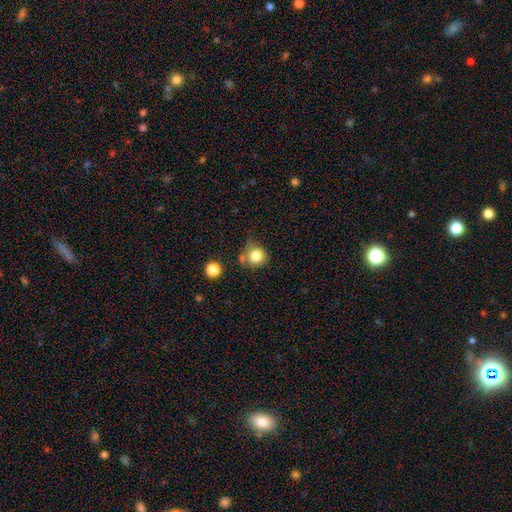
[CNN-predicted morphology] smooth_or_featured: smooth (p=0.81) [alt: star or artifact p=0.11]
how_rounded: round (p=0.85) [alt: in between p=0.14]
merging: none (p=0.59) [alt: minor disturbance p=0.21]